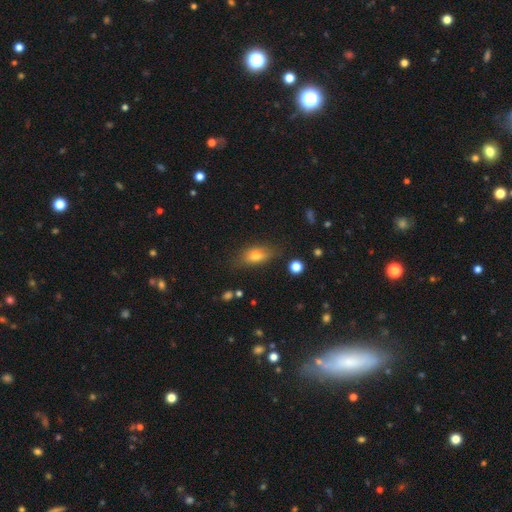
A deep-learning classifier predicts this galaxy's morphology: type=smooth (70%); roundness=in between (78%); merging=none (74%).